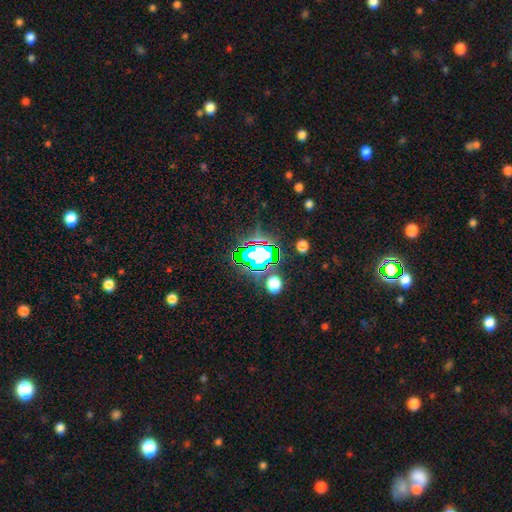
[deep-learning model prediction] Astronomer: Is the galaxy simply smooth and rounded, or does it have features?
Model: star or artifact — 65%.